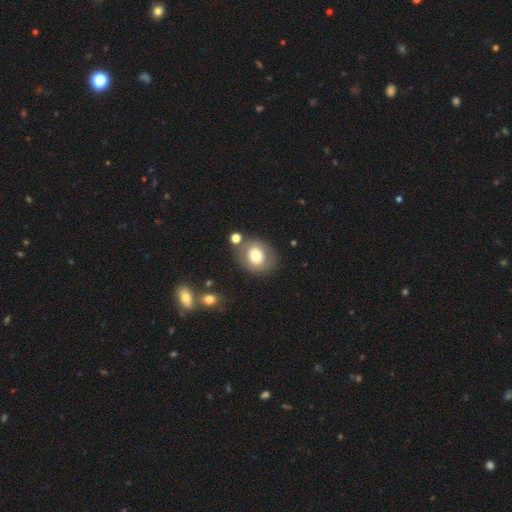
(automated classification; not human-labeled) The model was most divided on "how rounded": round: 64%, in between: 35%, cigar-shaped: 1%. More confident: merging — none (73%); smooth or featured — smooth (71%).